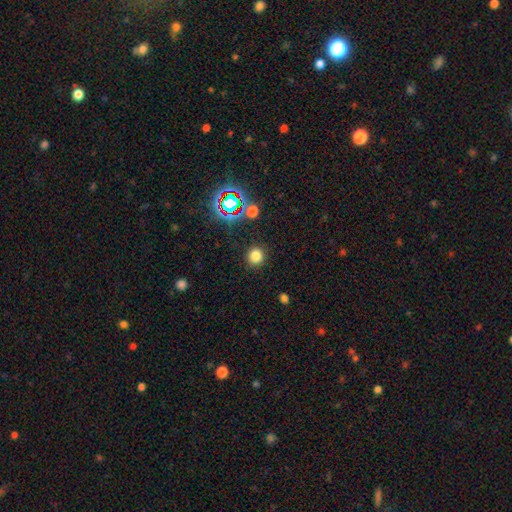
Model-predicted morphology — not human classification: Q: Smooth or featured?
A: smooth (76%); runner-up: star or artifact (19%)
Q: How rounded?
A: round (91%); runner-up: in between (8%)
Q: Merging?
A: none (90%); runner-up: minor disturbance (6%)